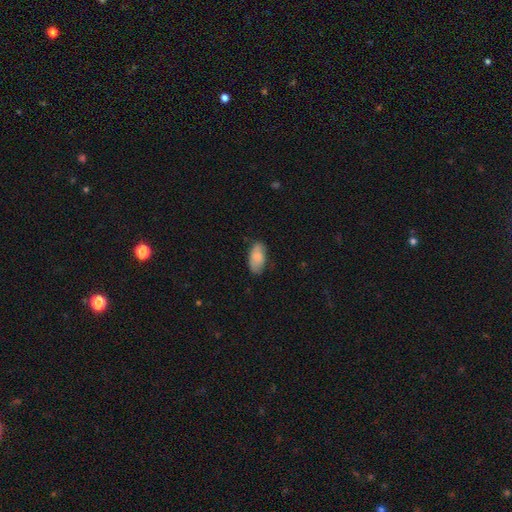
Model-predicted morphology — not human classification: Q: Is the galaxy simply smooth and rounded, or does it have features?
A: smooth — 81%.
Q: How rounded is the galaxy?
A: in between — 94%.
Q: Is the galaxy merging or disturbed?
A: none — 73%.